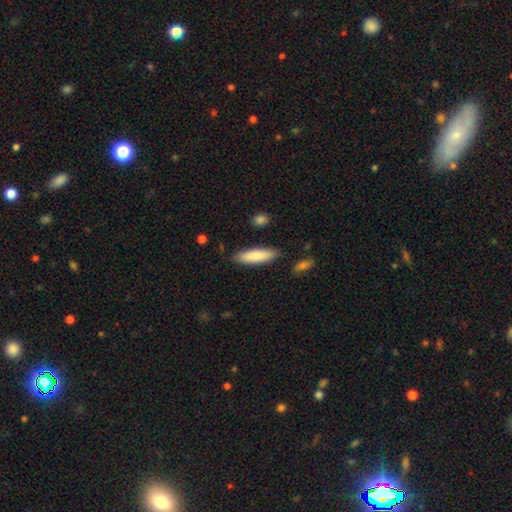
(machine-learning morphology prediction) This appears to be a smooth galaxy with no disk features (86%) that is cigar-shaped (61%). Merging: none (86%).